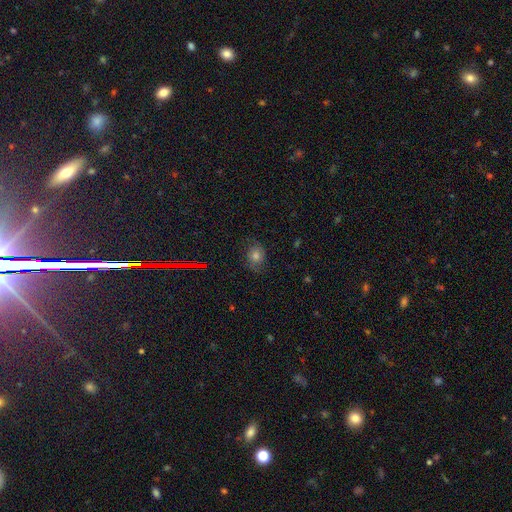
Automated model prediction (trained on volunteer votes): A smooth galaxy with no disk features (47%). Merging: none (74%).